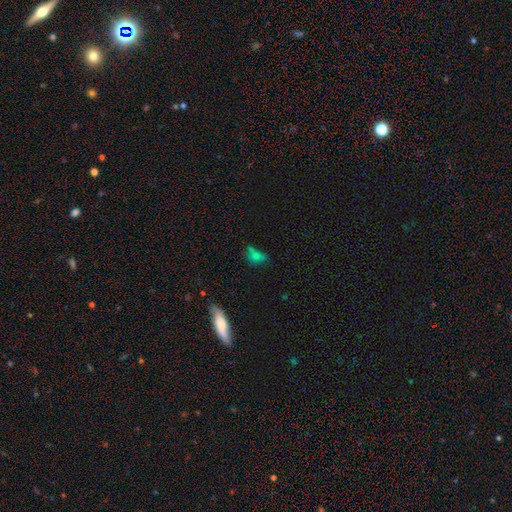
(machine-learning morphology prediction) A smooth galaxy with no disk features (60%) that is in between round and cigar-shaped (71%).

Vote fractions:
- Smooth or featured? smooth: 60% / star or artifact: 26% / featured or disk: 14%
- How rounded? in between: 71% / round: 21% / cigar-shaped: 9%
- Merging? none: 46% / minor disturbance: 22% / merger: 18% / major disturbance: 15%